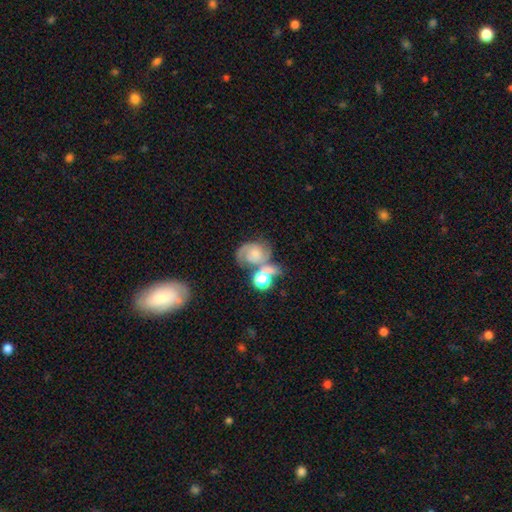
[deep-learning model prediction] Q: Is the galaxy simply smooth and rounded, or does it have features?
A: featured or disk — 74%.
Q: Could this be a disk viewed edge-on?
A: no — 97%.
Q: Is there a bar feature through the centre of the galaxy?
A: no — 68%.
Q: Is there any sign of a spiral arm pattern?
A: yes — 95%.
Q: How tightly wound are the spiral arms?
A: medium — 49%.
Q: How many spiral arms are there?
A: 2 — 79%.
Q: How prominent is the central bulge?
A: small — 47%.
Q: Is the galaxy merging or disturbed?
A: none — 47%.